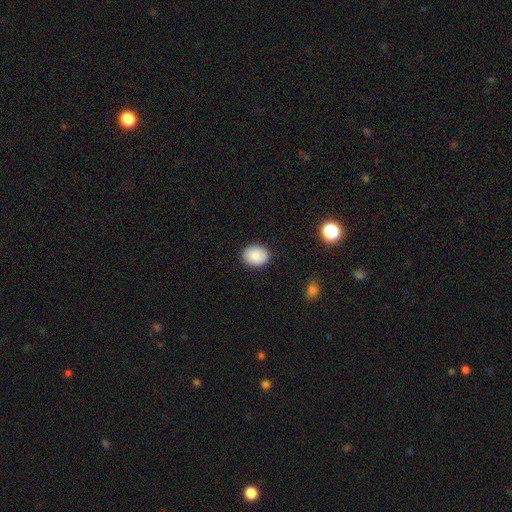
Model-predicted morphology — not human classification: A smooth galaxy with no disk features (87%) that is in between round and cigar-shaped (55%). Merging: none (88%).